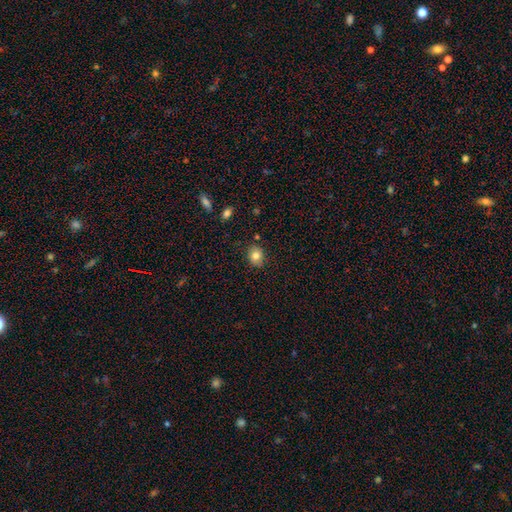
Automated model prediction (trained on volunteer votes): The model was most divided on "how rounded": round: 51%, in between: 48%, cigar-shaped: 1%. More confident: merging — none (84%); smooth or featured — smooth (81%).